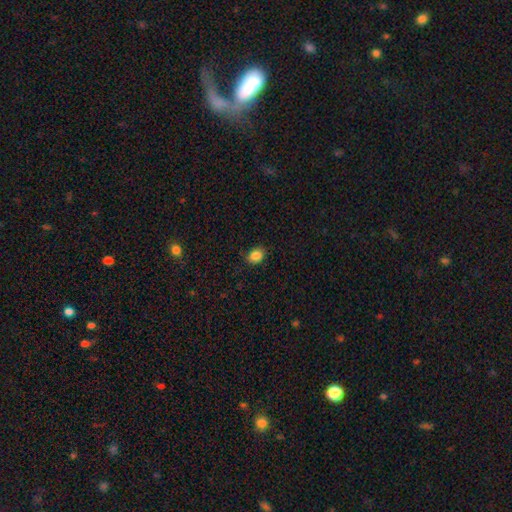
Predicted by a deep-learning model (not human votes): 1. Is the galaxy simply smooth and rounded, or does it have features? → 86% smooth, 10% star or artifact, 4% featured or disk.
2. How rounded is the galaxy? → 53% in between, 46% round, 1% cigar-shaped.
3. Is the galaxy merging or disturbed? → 86% none, 10% minor disturbance, 2% major disturbance, 1% merger.